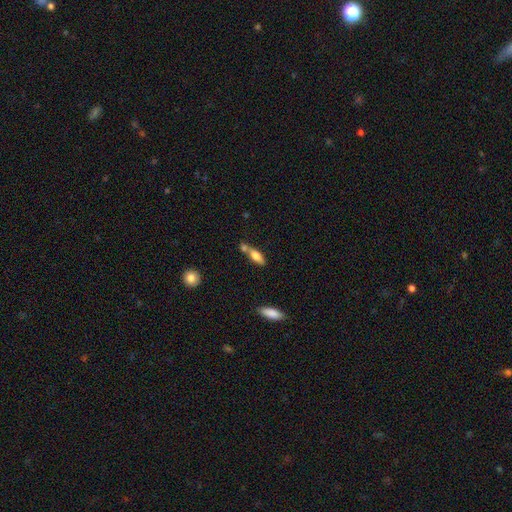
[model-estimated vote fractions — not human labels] Smooth or featured: smooth — 70% (featured or disk — 23%)
How rounded: in between — 61% (cigar-shaped — 36%)
Merging: none — 46% (merger — 34%)